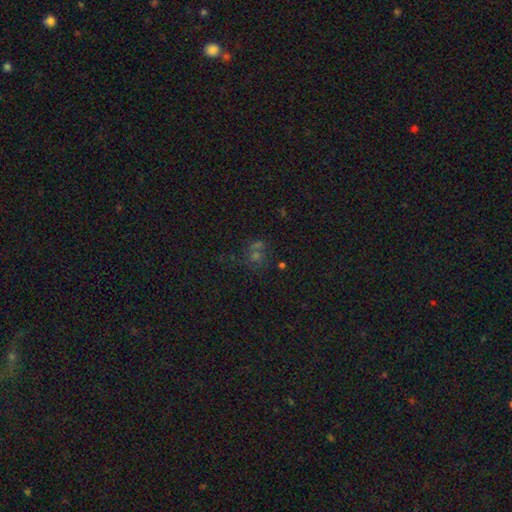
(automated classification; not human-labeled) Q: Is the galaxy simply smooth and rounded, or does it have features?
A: smooth — 41%, tied with star or artifact.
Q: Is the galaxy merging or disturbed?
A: none — 49%.